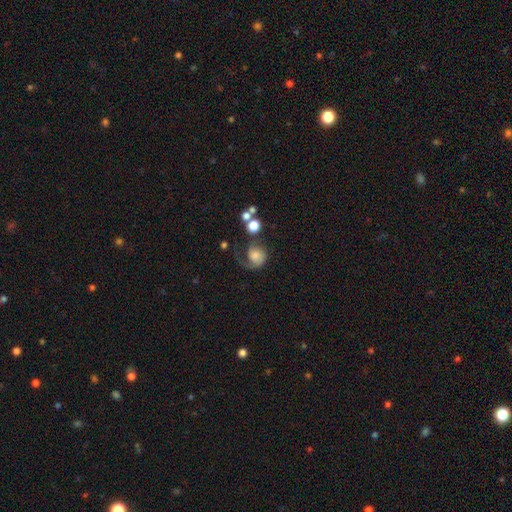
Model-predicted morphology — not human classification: This appears to be a featured or disk galaxy (54%) with no bar (74%), spiral arms (88%) and a moderate central bulge (27%). Merging: major disturbance (37%).